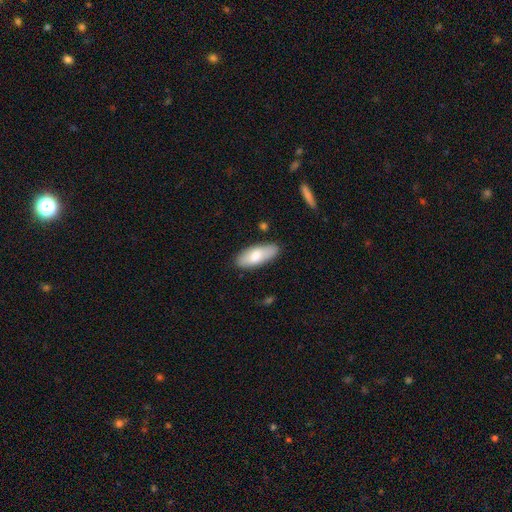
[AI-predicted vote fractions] A smooth galaxy with no disk features (77%) that is in between round and cigar-shaped (80%). Merging: none (83%).